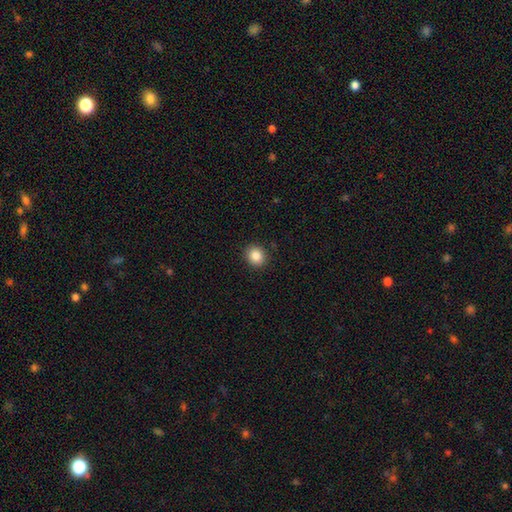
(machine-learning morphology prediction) Smooth or featured? smooth (86%)
How rounded? round (77%)
Merging? none (90%)